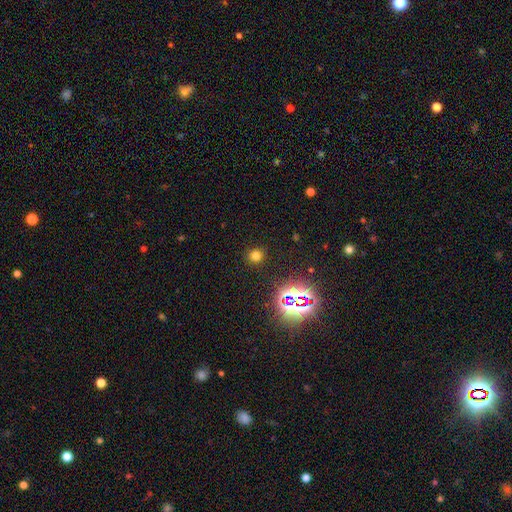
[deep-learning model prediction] Q: Smooth or featured?
A: smooth (69%); runner-up: star or artifact (25%)
Q: How rounded?
A: round (89%); runner-up: in between (10%)
Q: Merging?
A: none (90%); runner-up: minor disturbance (6%)